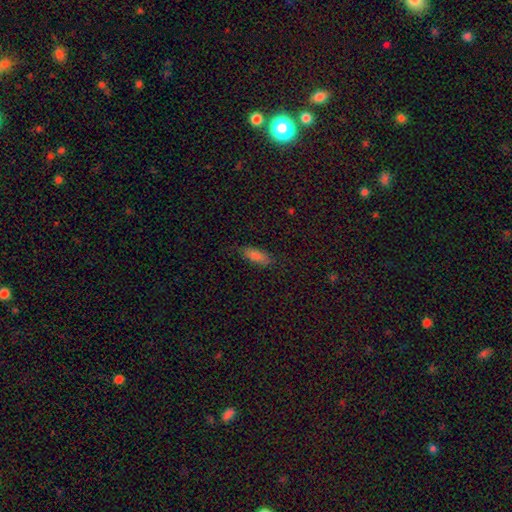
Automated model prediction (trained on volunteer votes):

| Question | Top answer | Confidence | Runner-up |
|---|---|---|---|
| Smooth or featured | smooth | 81% | featured or disk (10%) |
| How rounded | in between | 69% | cigar-shaped (29%) |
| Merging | none | 80% | minor disturbance (15%) |